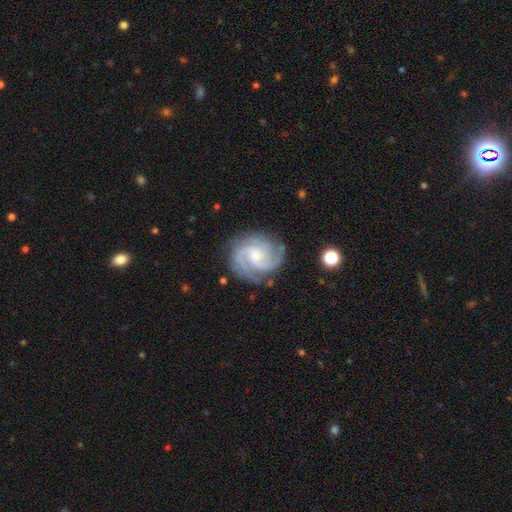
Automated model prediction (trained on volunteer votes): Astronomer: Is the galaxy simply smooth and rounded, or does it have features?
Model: featured or disk — 92%.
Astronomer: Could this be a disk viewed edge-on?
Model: no — 98%.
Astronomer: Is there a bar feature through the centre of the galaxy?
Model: no — 63%.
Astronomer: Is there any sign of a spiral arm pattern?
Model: yes — 99%.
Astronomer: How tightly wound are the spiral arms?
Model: tight — 58% (runner-up: medium, 38%).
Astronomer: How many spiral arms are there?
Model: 3 — 53%.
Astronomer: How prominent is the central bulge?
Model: small — 66%.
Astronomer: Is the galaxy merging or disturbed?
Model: none — 80%.